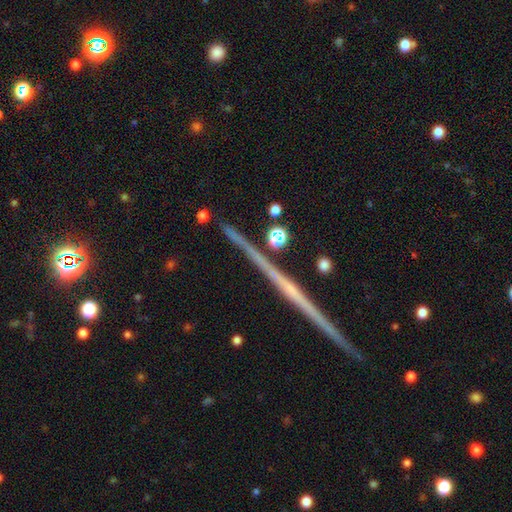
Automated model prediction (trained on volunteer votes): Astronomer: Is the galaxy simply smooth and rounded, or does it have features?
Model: featured or disk — 76%.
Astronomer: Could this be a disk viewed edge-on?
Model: yes — 98%.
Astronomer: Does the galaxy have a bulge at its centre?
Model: none — 60%.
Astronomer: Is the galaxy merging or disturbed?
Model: none — 90%.